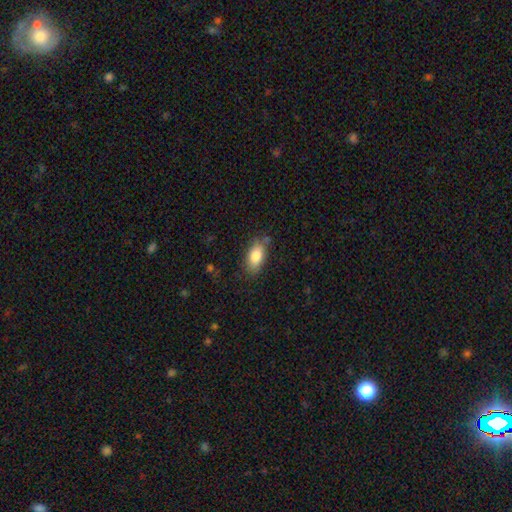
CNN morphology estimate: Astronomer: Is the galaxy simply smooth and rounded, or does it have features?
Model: smooth — 82%.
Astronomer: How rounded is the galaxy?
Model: in between — 90%.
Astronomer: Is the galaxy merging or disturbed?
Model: none — 77%.